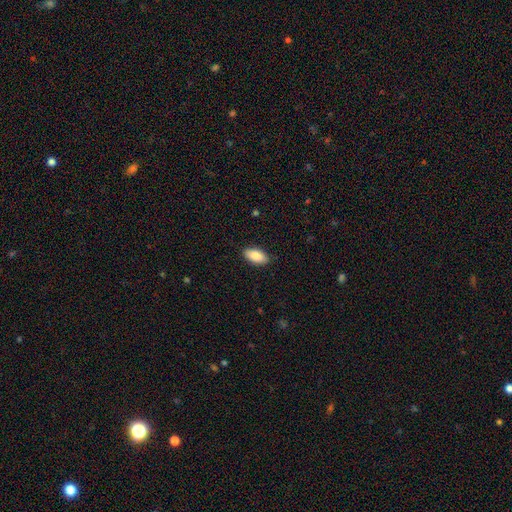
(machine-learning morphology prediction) Q: Smooth or featured?
A: smooth (86%); runner-up: featured or disk (7%)
Q: How rounded?
A: in between (91%); runner-up: cigar-shaped (6%)
Q: Merging?
A: none (89%); runner-up: minor disturbance (8%)